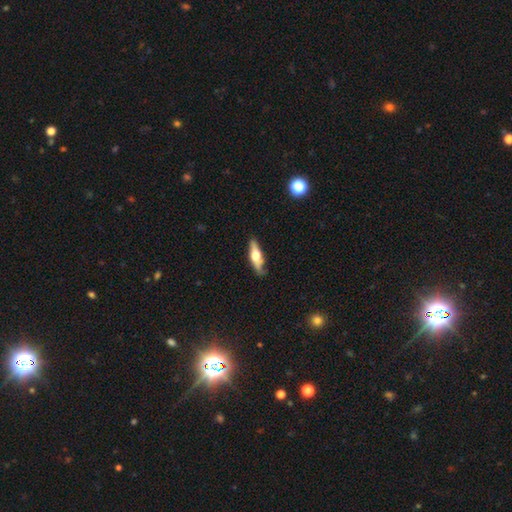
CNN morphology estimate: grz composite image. It shows a featured or disk galaxy (53%) viewed edge-on (87%). Merging: none (76%).